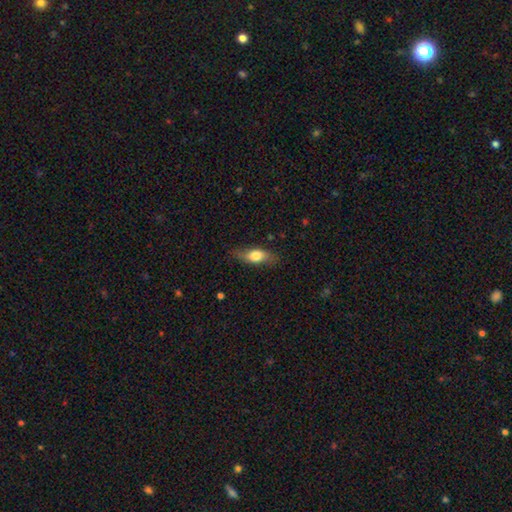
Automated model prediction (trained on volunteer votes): The model was most divided on "how rounded": in between: 70%, cigar-shaped: 25%, round: 5%. More confident: merging — none (79%); smooth or featured — smooth (69%).